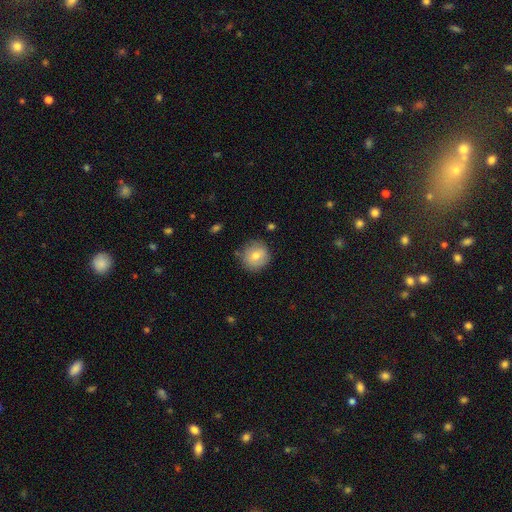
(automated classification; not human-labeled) The model was most divided on "smooth or featured": smooth: 74%, featured or disk: 17%, star or artifact: 9%. More confident: how rounded — round (89%); merging — none (81%).